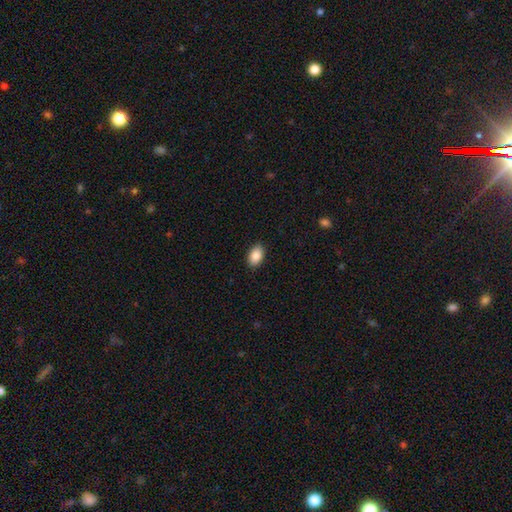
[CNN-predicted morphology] The model was most divided on "smooth or featured": smooth: 88%, star or artifact: 7%, featured or disk: 5%. More confident: how rounded — in between (91%); merging — none (90%).